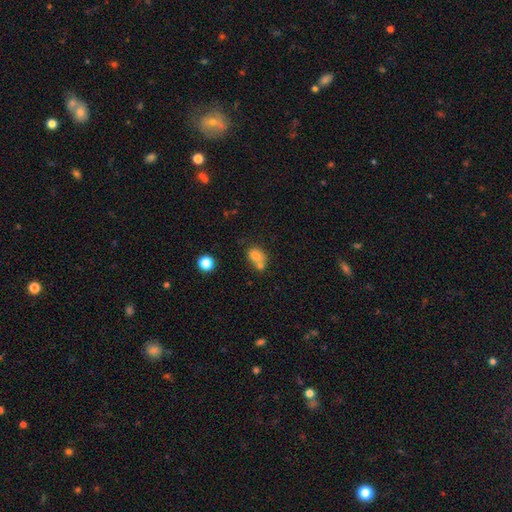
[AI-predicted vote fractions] Smooth or featured? Predicted: smooth (p=0.77). How rounded? Predicted: in between (p=0.53). Merging? Predicted: merger (p=0.49).